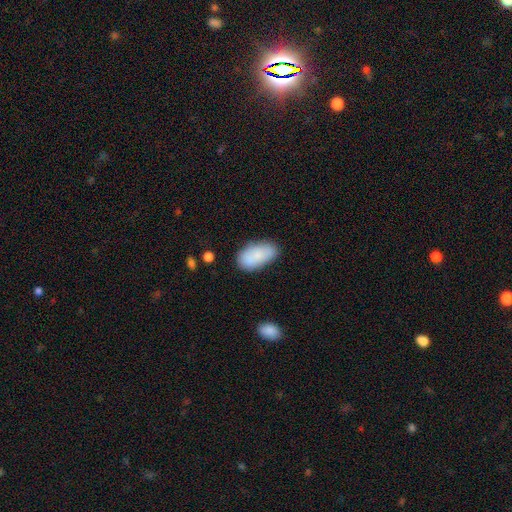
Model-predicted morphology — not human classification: Smooth or featured? Predicted: smooth (p=0.83). How rounded? Predicted: in between (p=0.94). Merging? Predicted: none (p=0.70).